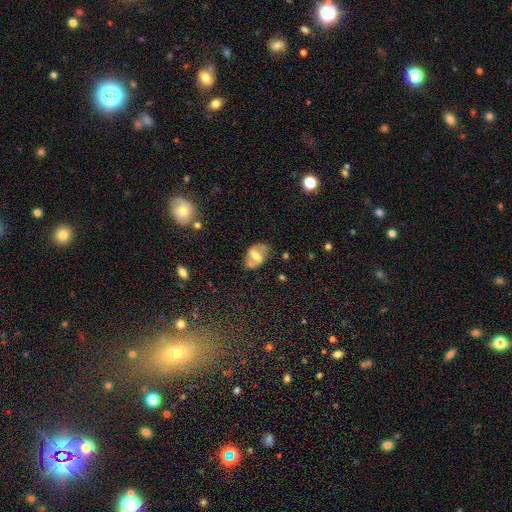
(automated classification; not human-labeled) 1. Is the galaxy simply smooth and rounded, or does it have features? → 63% featured or disk, 28% smooth, 9% star or artifact.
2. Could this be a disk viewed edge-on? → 95% no, 5% yes.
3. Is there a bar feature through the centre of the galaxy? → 41% weak, 37% strong, 22% no.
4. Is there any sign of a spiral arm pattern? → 69% yes, 31% no.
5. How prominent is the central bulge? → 64% moderate, 29% small, 5% large, 2% none, 1% dominant.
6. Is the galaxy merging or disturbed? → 63% none, 22% minor disturbance, 8% major disturbance, 7% merger.